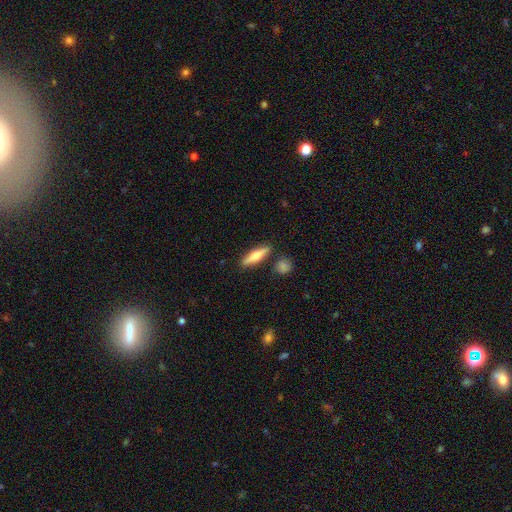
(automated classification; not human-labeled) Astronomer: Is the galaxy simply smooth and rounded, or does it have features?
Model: smooth — 54% (runner-up: featured or disk, 40%).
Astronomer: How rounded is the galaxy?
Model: cigar-shaped — 70%.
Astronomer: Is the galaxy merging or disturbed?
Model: none — 84%.